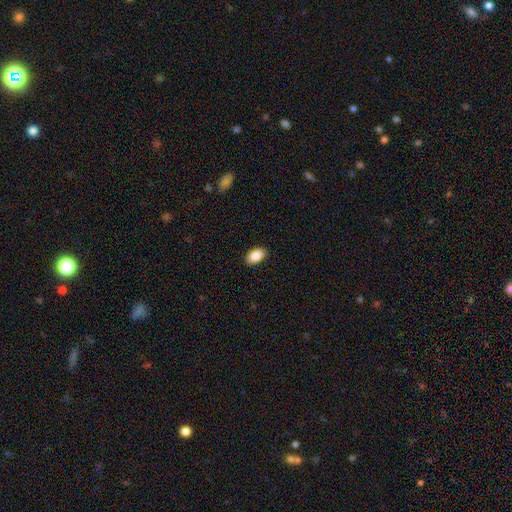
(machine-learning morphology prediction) Overall: smooth (87%). How rounded: in between (92%). Merging: none (89%).